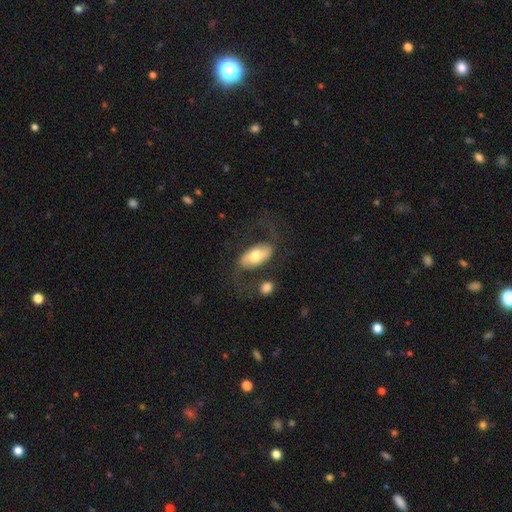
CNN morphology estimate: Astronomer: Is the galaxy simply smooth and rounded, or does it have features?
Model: smooth — 49% (runner-up: featured or disk, 45%).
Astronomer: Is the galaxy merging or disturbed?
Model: none — 61%.